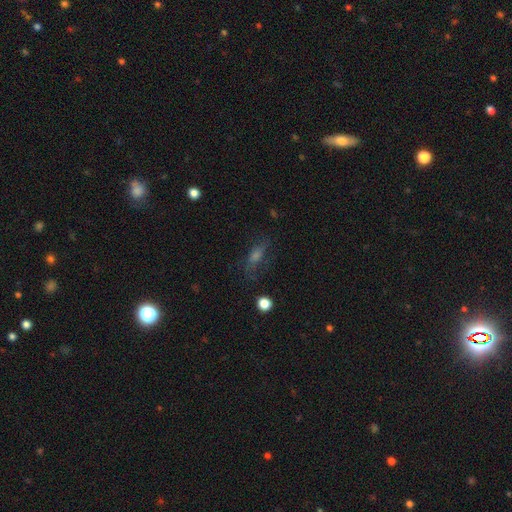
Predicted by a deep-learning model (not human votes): This is marginally a smooth galaxy (39%). Merging: likely none (66%).